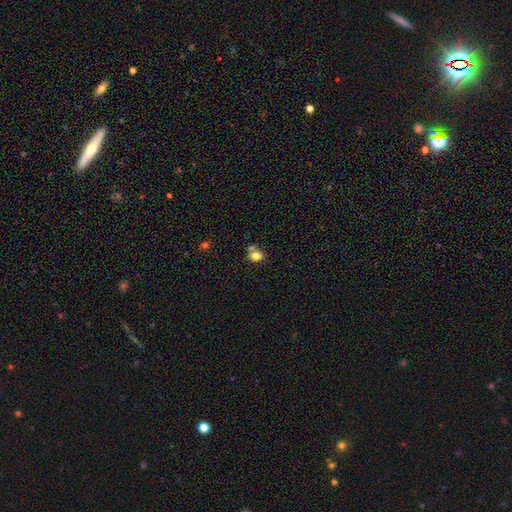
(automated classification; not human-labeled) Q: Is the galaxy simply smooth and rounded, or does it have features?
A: smooth — 78%.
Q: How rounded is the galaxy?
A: round — 58%.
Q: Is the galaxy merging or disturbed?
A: none — 53%.